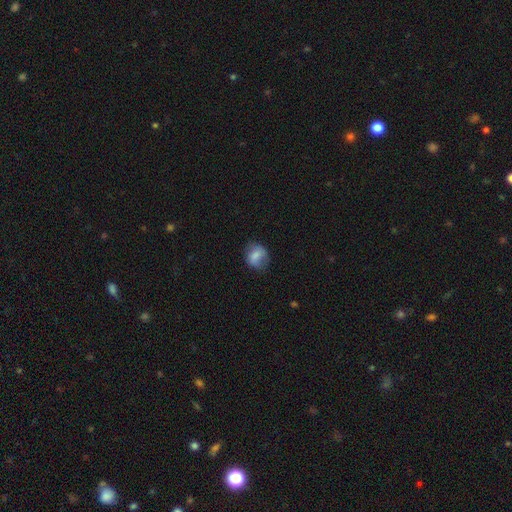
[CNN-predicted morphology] Smooth or featured? Predicted: smooth (p=0.73). How rounded? Predicted: round (p=0.56). Merging? Predicted: none (p=0.63).